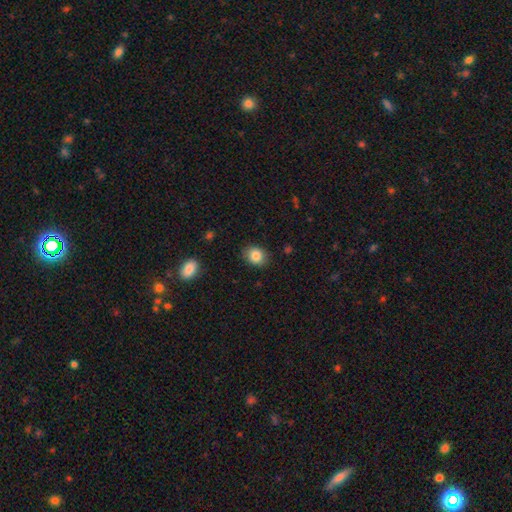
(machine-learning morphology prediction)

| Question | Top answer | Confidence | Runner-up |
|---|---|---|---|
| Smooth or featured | smooth | 85% | star or artifact (9%) |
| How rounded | round | 51% | in between (48%) |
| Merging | none | 83% | minor disturbance (13%) |